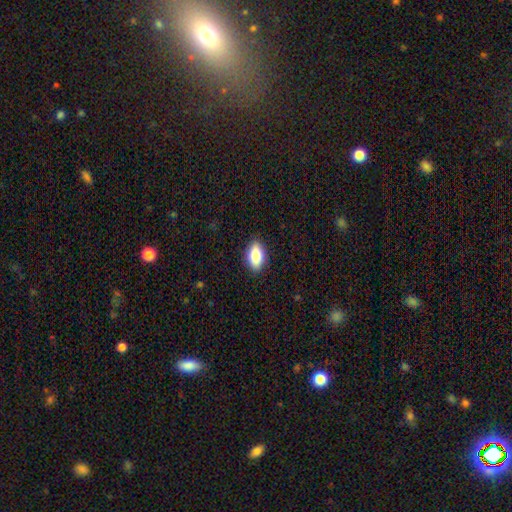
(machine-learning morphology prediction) Q: Smooth or featured?
A: smooth (81%); runner-up: featured or disk (12%)
Q: How rounded?
A: in between (89%); runner-up: round (6%)
Q: Merging?
A: none (88%); runner-up: minor disturbance (9%)